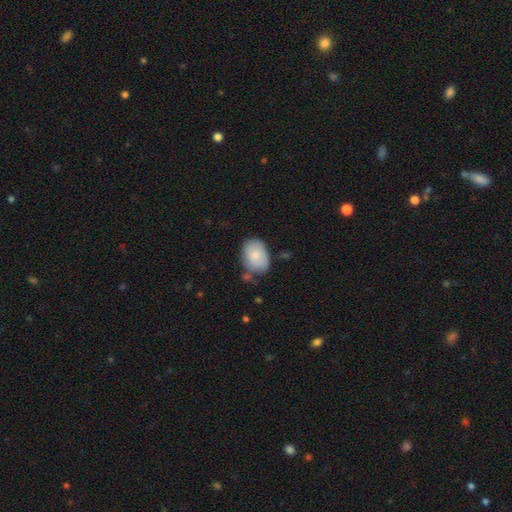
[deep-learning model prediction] Smooth or featured? Predicted: smooth (p=0.82). How rounded? Predicted: in between (p=0.81). Merging? Predicted: none (p=0.63).